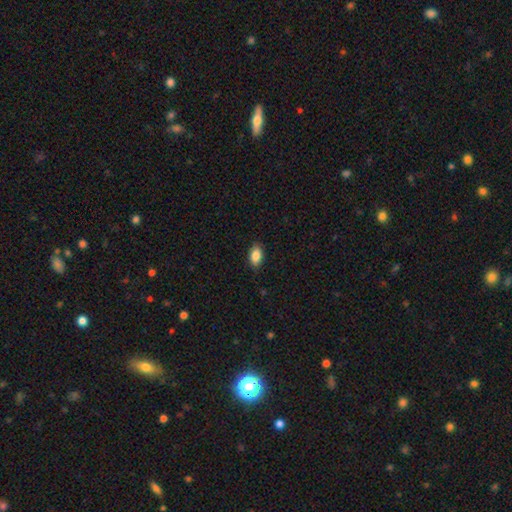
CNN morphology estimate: Smooth or featured: smooth — 87% (star or artifact — 7%)
How rounded: in between — 91% (round — 7%)
Merging: none — 87% (minor disturbance — 10%)